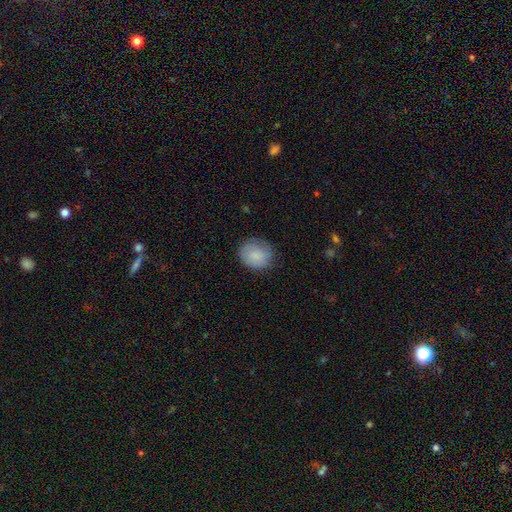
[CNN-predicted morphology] smooth 84%, featured or disk 9%, star or artifact 7%. Down the decision tree: how rounded — round (70%); merging — none (76%).